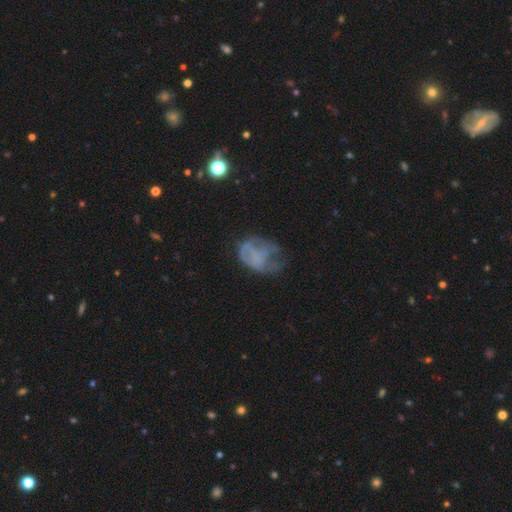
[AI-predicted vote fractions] Q: Smooth or featured?
A: featured or disk (46%); runner-up: smooth (39%)
Q: Merging?
A: major disturbance (37%); runner-up: none (32%)